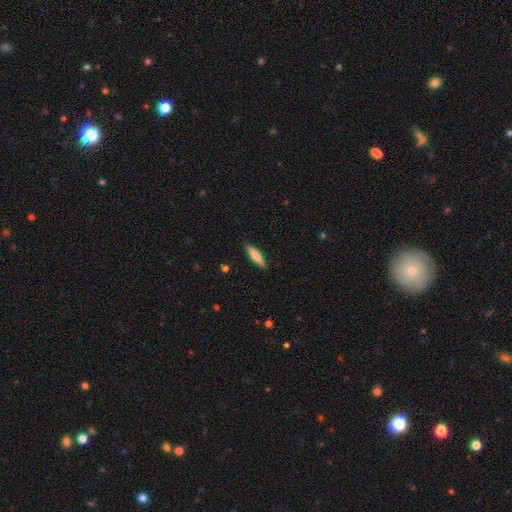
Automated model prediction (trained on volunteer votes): smooth_or_featured: smooth (p=0.70) [alt: featured or disk p=0.25]
how_rounded: cigar-shaped (p=0.74) [alt: in between p=0.24]
merging: none (p=0.90) [alt: minor disturbance p=0.08]